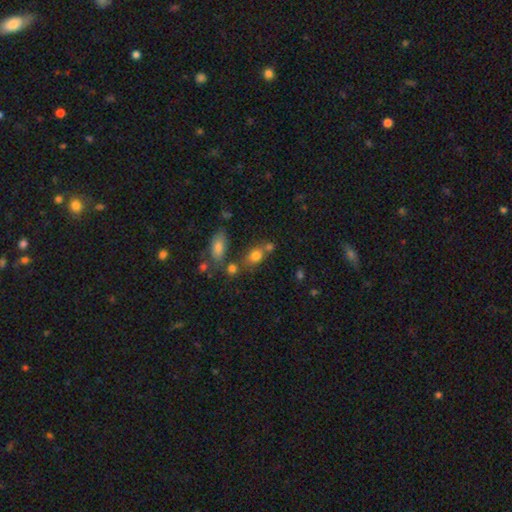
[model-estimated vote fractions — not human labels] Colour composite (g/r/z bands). It shows a smooth galaxy with no disk features (78%) that is in between round and cigar-shaped (58%). Merging: none (53%).